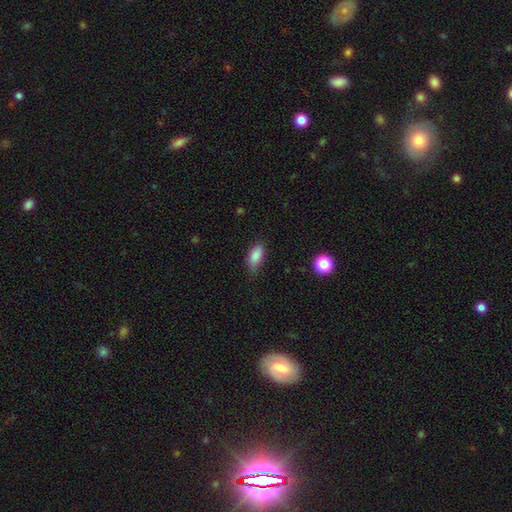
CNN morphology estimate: Q: Smooth or featured?
A: smooth (85%); runner-up: star or artifact (8%)
Q: How rounded?
A: in between (88%); runner-up: cigar-shaped (8%)
Q: Merging?
A: none (70%); runner-up: minor disturbance (24%)